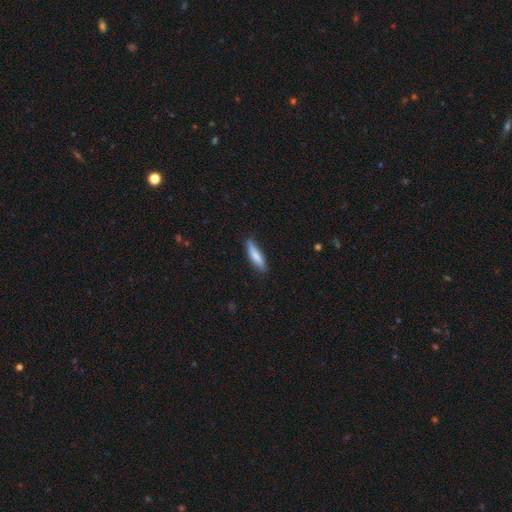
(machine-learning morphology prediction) type=smooth (78%); roundness=cigar-shaped (77%); merging=none (77%).